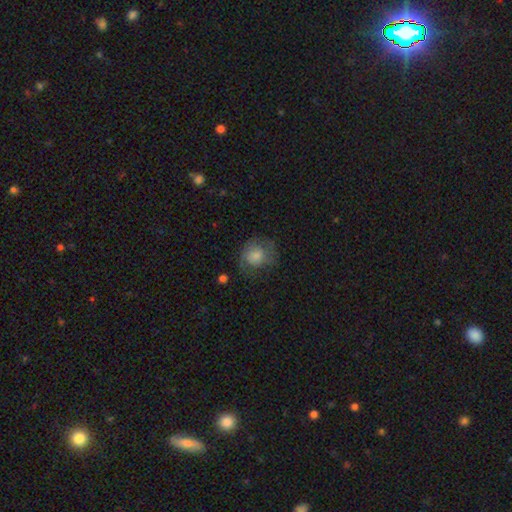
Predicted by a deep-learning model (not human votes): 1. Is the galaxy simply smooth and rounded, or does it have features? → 59% smooth, 30% featured or disk, 10% star or artifact.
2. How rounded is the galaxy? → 72% round, 27% in between, 1% cigar-shaped.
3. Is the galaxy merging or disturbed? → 60% none, 23% minor disturbance, 16% major disturbance, 1% merger.